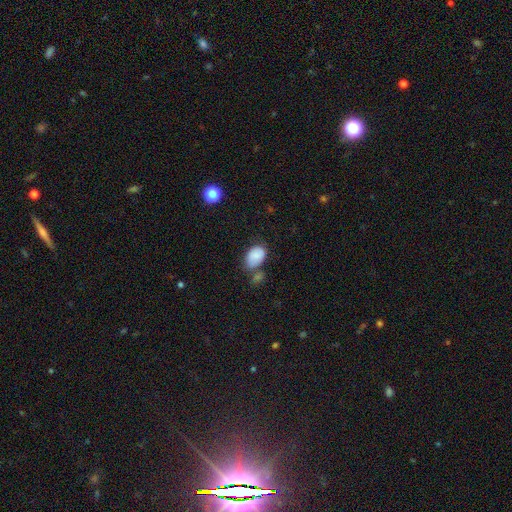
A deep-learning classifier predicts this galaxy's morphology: Smooth or featured? smooth (84%)
How rounded? in between (86%)
Merging? none (48%)